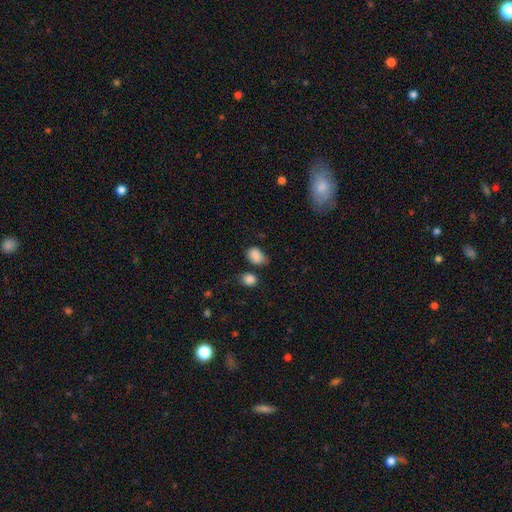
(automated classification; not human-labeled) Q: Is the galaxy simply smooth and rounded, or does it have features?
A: smooth — 86%.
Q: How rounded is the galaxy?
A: in between — 77%.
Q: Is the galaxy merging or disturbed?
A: none — 55%.